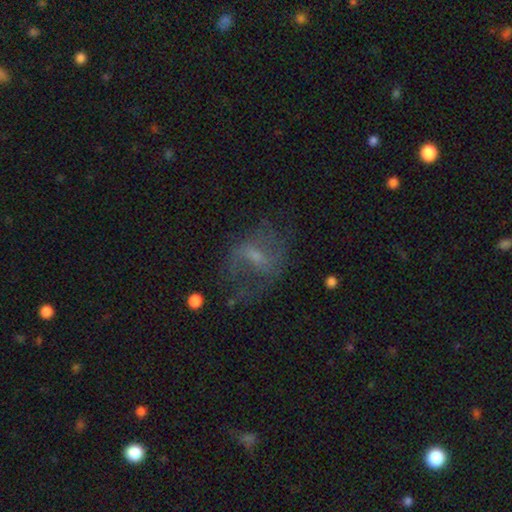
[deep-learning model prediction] Morphology: type=featured or disk (60%); edge-on=no (96%); bar=weak (50%); spiral arms=yes (65%); bulge=small (45%); merging=none (49%).